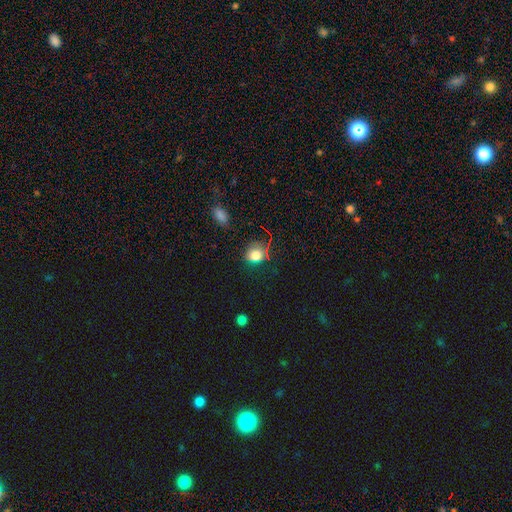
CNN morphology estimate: The model was most divided on "how rounded": round: 69%, in between: 29%, cigar-shaped: 2%. More confident: smooth or featured — smooth (72%); merging — none (71%).